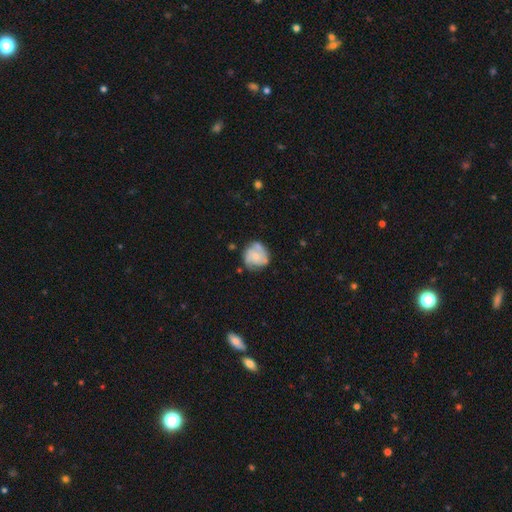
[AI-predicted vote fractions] This is likely a featured or disk galaxy (65%). It is clearly not viewed edge-on (98%). Bar: likely no (73%). Spiral arm pattern: clearly yes (87%). Spiral arm count: marginally 3 (34%, tied with 2). Spiral winding: possibly tight (47%). Central bulge: possibly small (59%). Merging: likely none (66%).